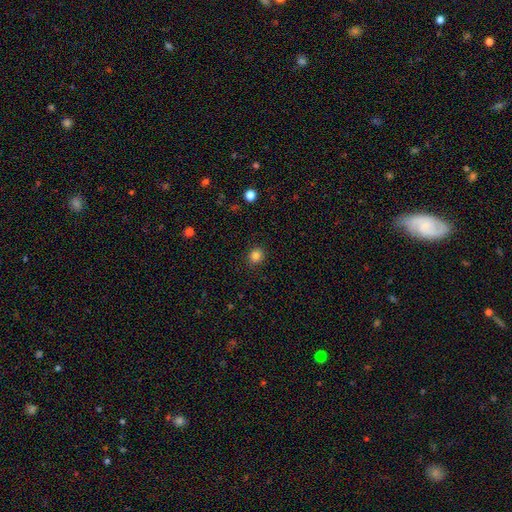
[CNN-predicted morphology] This is clearly a smooth galaxy (84%). How rounded: clearly round (84%). Merging: clearly none (90%).